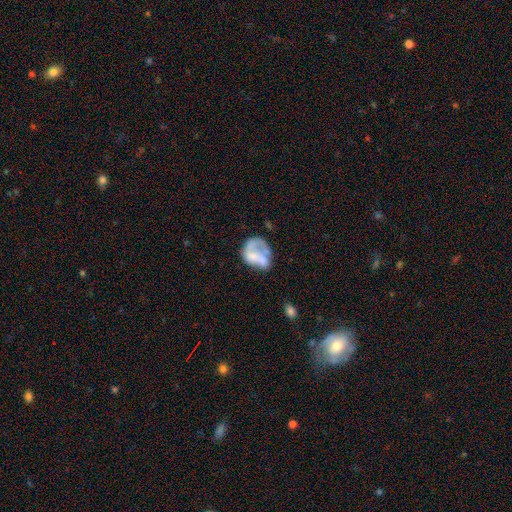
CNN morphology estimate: Smooth or featured: featured or disk — 48% (smooth — 44%)
Merging: major disturbance — 36% (none — 29%)